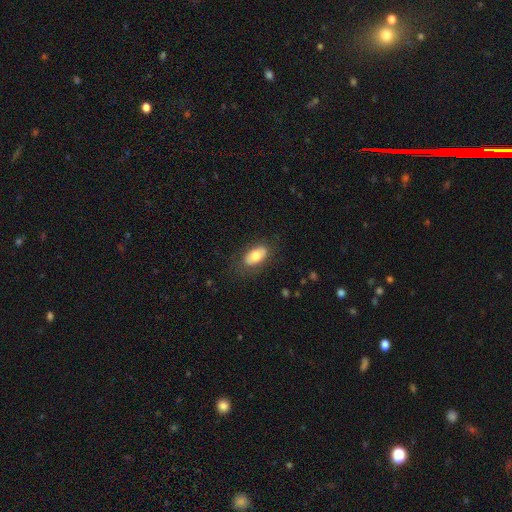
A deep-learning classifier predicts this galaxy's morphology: This appears to be a smooth galaxy with no disk features (66%) that is in between round and cigar-shaped (92%). Merging: none (76%).